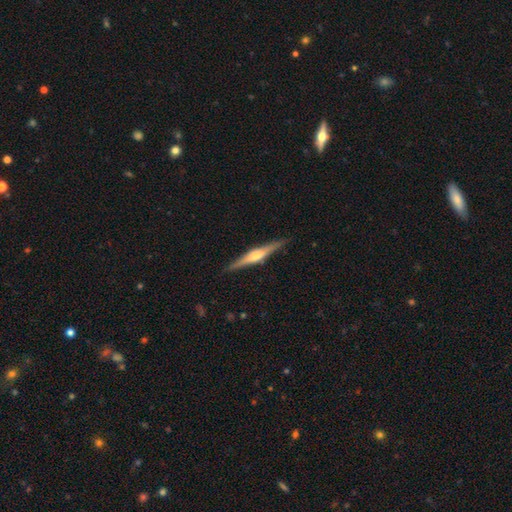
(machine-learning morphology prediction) featured or disk 68%, smooth 27%, star or artifact 6%. Down the decision tree: edge-on disk — yes (98%); edge-on bulge — rounded (72%); merging — none (89%).